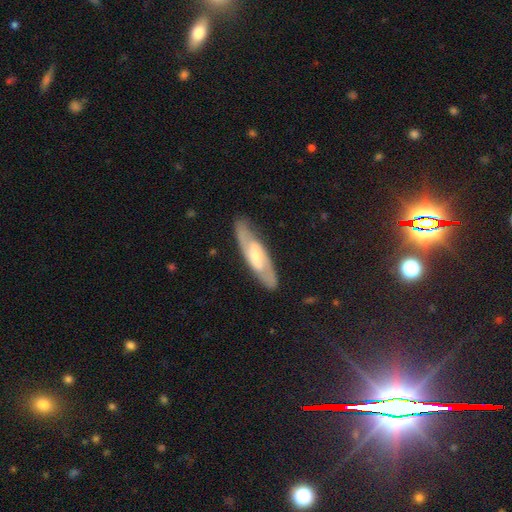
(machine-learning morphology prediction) type=featured or disk (69%); edge-on=no (72%); merging=none (84%).